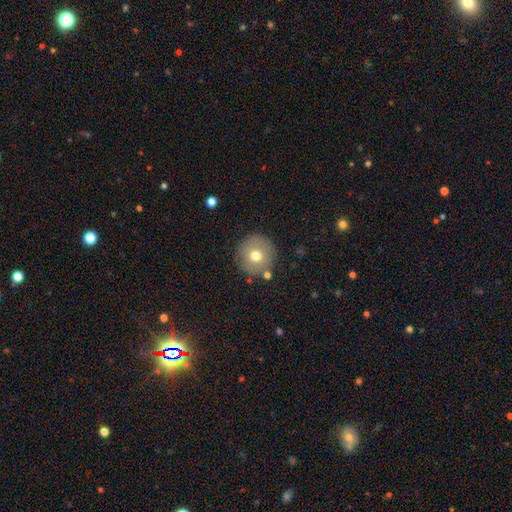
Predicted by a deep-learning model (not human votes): A smooth galaxy with no disk features (71%) that is round (95%).

Vote fractions:
- Smooth or featured? smooth: 71% / featured or disk: 19% / star or artifact: 10%
- How rounded? round: 95% / in between: 4% / cigar-shaped: 1%
- Merging? none: 85% / minor disturbance: 8% / merger: 4% / major disturbance: 3%